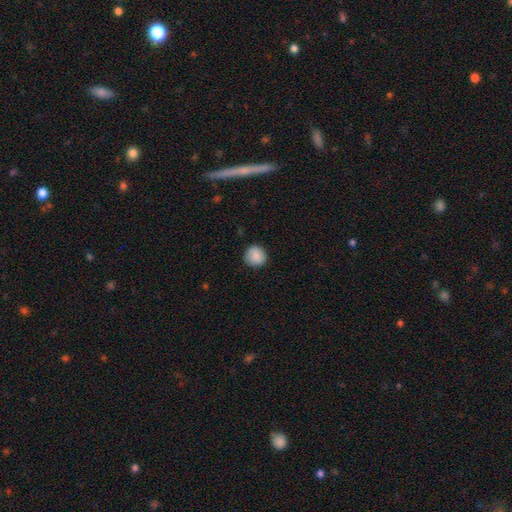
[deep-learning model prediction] This is clearly a smooth galaxy (87%). How rounded: clearly round (92%). Merging: clearly none (88%).